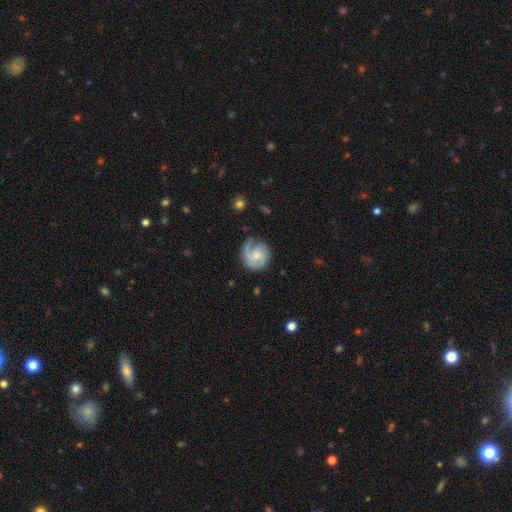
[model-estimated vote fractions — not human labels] The model was most divided on "bulge size": small: 44%, moderate: 42%, none: 9%, large: 4%, dominant: 1%. Remaining: edge-on disk — no (98%); spiral arms — yes (93%); smooth or featured — featured or disk (70%); bar — no (65%); merging — none (63%); spiral winding — tight (47%); spiral arm count — 2 (36%).